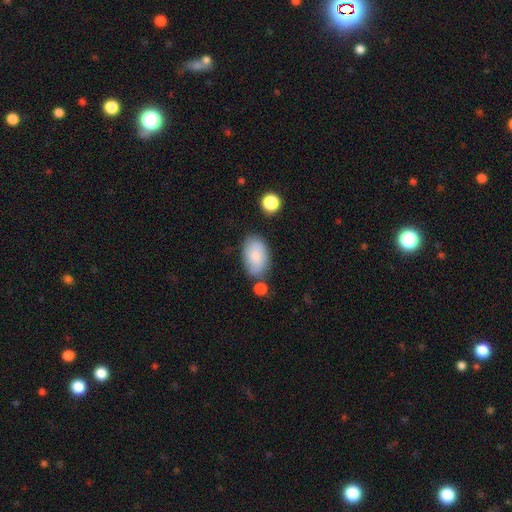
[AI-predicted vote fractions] Q: Smooth or featured?
A: smooth (67%); runner-up: featured or disk (26%)
Q: How rounded?
A: in between (91%); runner-up: round (7%)
Q: Merging?
A: none (66%); runner-up: minor disturbance (20%)